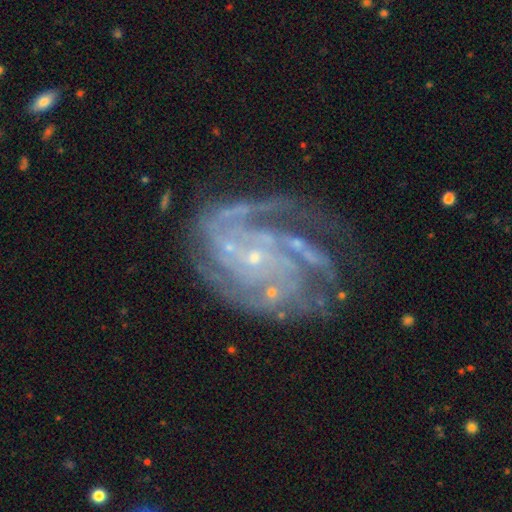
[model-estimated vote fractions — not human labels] This is clearly a featured or disk galaxy (89%). It is clearly not viewed edge-on (98%). Bar: likely no (72%). Spiral arm pattern: clearly yes (97%). Spiral arm count: marginally 4 (22%). Spiral winding: likely tight (63%). Central bulge: clearly small (86%). Merging: possibly none (58%).